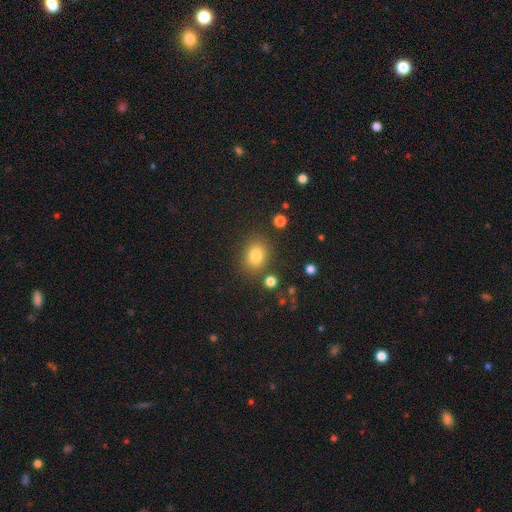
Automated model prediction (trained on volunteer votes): Smooth or featured? Predicted: smooth (p=0.81). How rounded? Predicted: round (p=0.51). Merging? Predicted: none (p=0.80).